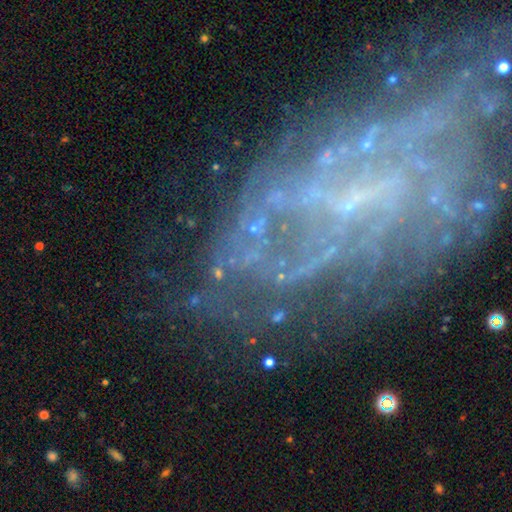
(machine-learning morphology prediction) Overall: featured or disk (69%). Edge-on disk: no (97%). Bar: no (54%; weak 31%). Spiral arms: yes (59%; no 41%). Bulge size: none (49%; small 42%). Merging: none (51%; major disturbance 27%).